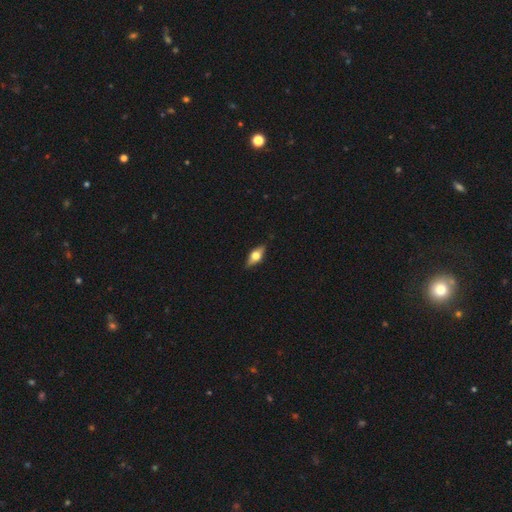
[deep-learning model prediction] Smooth or featured? Predicted: featured or disk (p=0.48). Merging? Predicted: none (p=0.86).